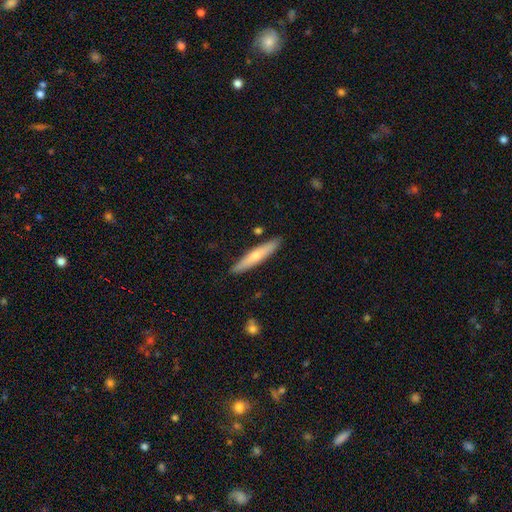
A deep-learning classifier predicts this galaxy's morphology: Smooth or featured?
  - smooth: 60% *
  - featured or disk: 35%
  - star or artifact: 5%
How rounded?
  - cigar-shaped: 90% *
  - in between: 9%
  - round: 1%
Merging?
  - none: 87% *
  - minor disturbance: 9%
  - merger: 2%
  - major disturbance: 2%